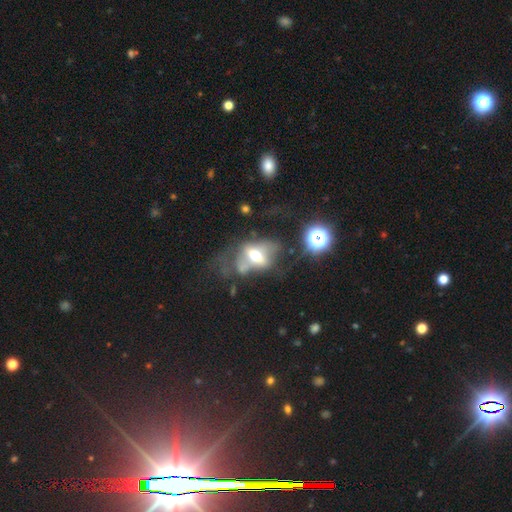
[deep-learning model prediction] This appears to be a featured or disk galaxy (48%). Merging: major disturbance (42%).